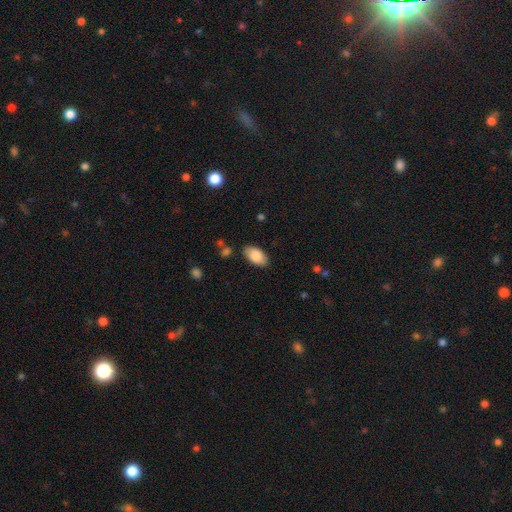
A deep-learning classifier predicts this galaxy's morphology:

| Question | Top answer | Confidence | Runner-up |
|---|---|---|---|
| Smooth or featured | smooth | 84% | featured or disk (10%) |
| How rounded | in between | 95% | round (3%) |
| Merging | none | 85% | minor disturbance (10%) |